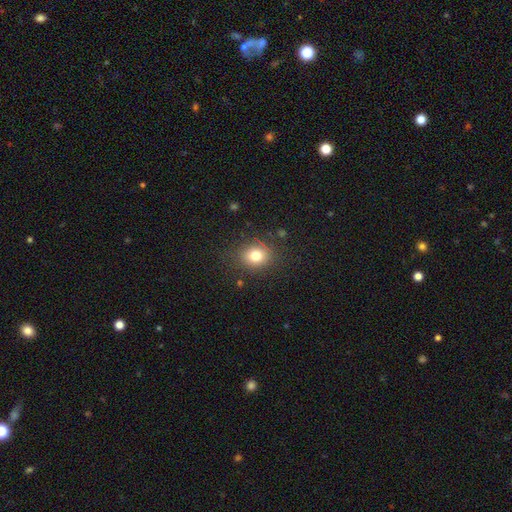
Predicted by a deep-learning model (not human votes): Smooth or featured? smooth (78%)
How rounded? round (67%)
Merging? none (84%)